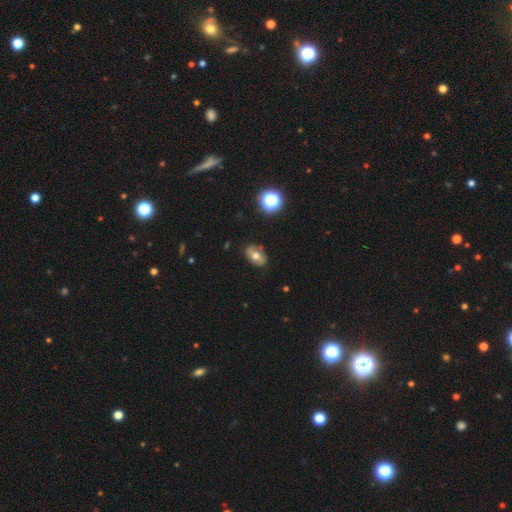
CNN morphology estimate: type=smooth (59%); roundness=in between (81%); merging=none (81%).